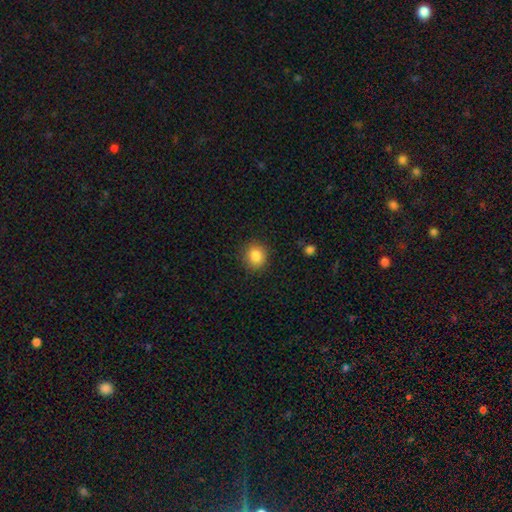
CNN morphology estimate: A smooth galaxy with no disk features (85%) that is round (88%).

Vote fractions:
- Smooth or featured? smooth: 85% / star or artifact: 10% / featured or disk: 5%
- How rounded? round: 88% / in between: 11% / cigar-shaped: 1%
- Merging? none: 89% / minor disturbance: 8% / major disturbance: 2% / merger: 1%